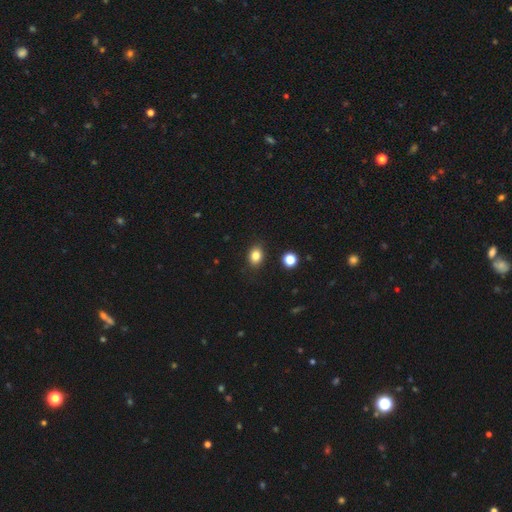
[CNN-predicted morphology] The model was most divided on "how rounded": in between: 65%, round: 34%, cigar-shaped: 1%. More confident: merging — none (87%); smooth or featured — smooth (83%).